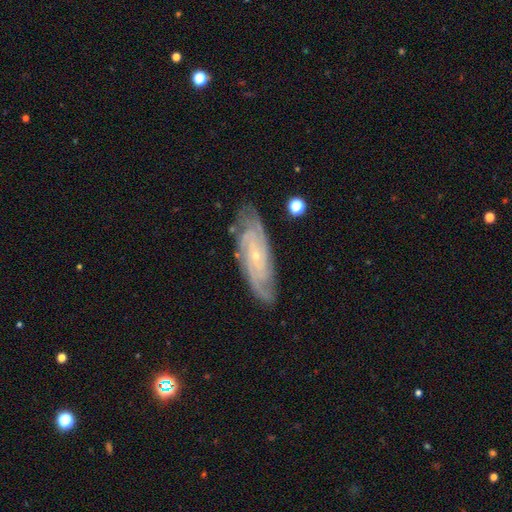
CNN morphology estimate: The model was most divided on "spiral arm count": can't tell: 27%, 2: 24%, 3: 21%, 4: 17%, more than 4: 6%, 1: 5%. More confident: spiral arms — yes (97%); edge-on disk — no (90%); smooth or featured — featured or disk (86%); bulge size — small (84%); merging — none (79%); bar — no (67%); spiral winding — tight (65%).